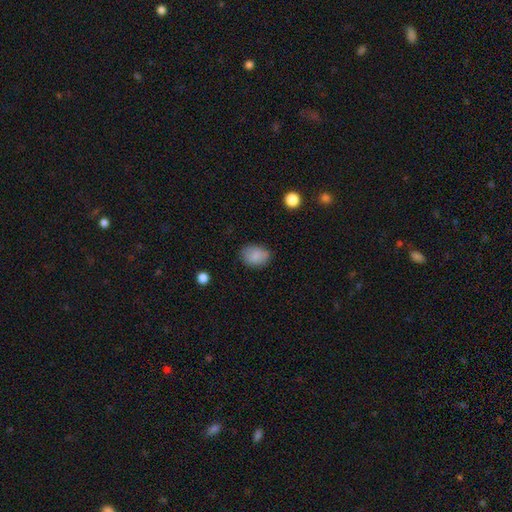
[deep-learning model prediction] Smooth or featured? Predicted: smooth (p=0.85). How rounded? Predicted: in between (p=0.72). Merging? Predicted: none (p=0.74).